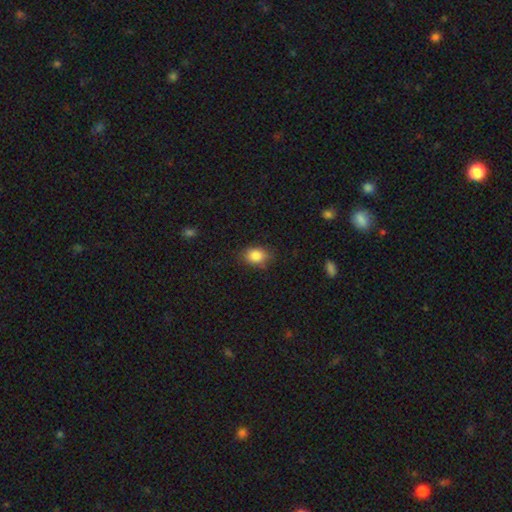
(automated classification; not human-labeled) Smooth or featured? smooth (86%)
How rounded? in between (68%)
Merging? none (80%)